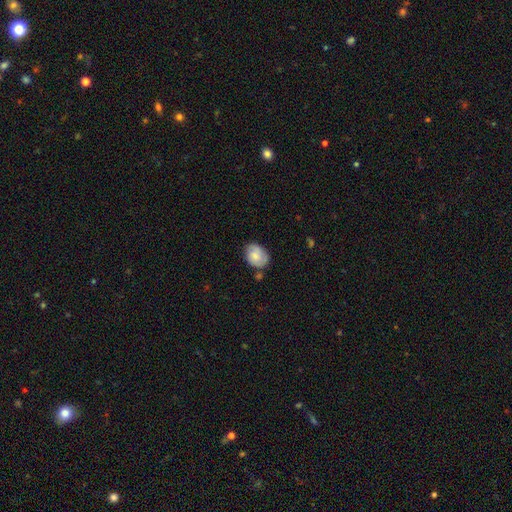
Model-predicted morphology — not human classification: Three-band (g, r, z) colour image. It shows a smooth galaxy with no disk features (60%) that is in between round and cigar-shaped (63%). Merging: none (62%).